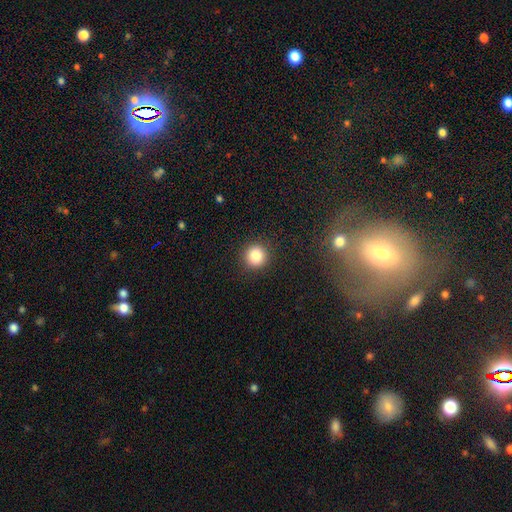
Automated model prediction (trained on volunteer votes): Morphology: type=smooth (85%); roundness=round (92%); merging=none (90%).